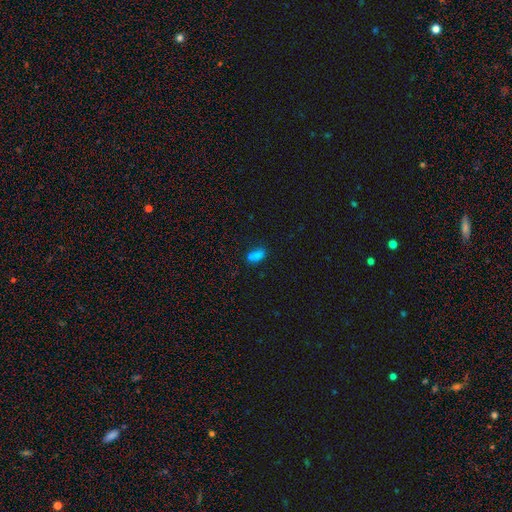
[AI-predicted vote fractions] The model was most divided on "merging": none: 46%, merger: 31%, minor disturbance: 16%, major disturbance: 7%. More confident: how rounded — in between (80%); smooth or featured — smooth (76%).